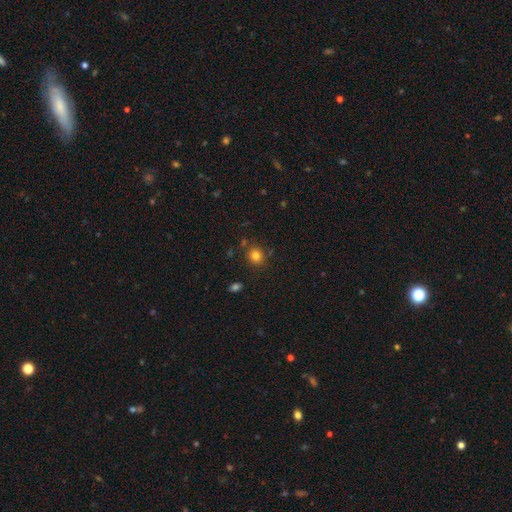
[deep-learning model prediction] smooth-or-featured: smooth: 80% | star or artifact: 14% | featured or disk: 7%
  how-rounded: round: 85% | in between: 14% | cigar-shaped: 1%
  merging: none: 83% | minor disturbance: 10% | merger: 4% | major disturbance: 3%